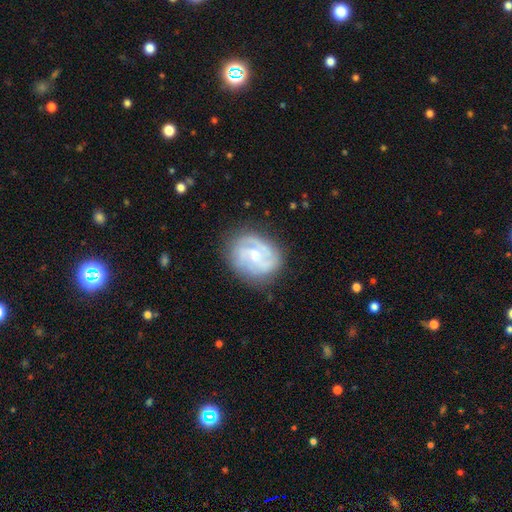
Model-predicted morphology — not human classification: This appears to be a featured or disk galaxy (79%) with no bar (58%), 3 (33%) tight (48%) spiral arms (92%) and a small central bulge (52%). Merging: none (75%).